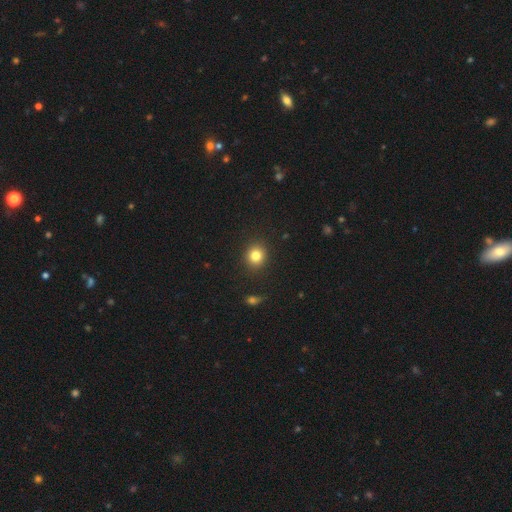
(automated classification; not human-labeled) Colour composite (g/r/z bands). It shows a smooth galaxy with no disk features (82%) that is round (83%). Merging: none (90%).